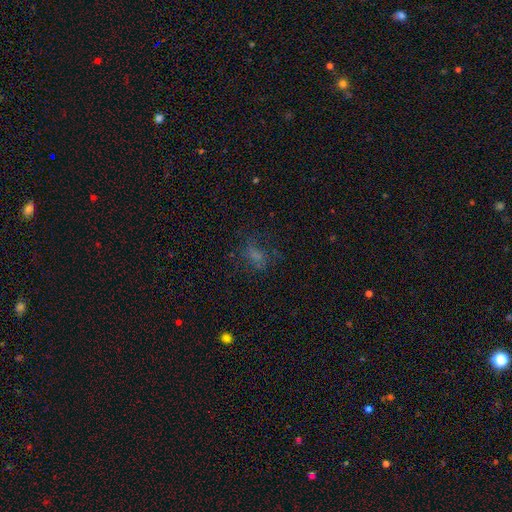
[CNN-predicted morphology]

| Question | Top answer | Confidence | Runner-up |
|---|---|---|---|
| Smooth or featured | smooth | 52% | star or artifact (26%) |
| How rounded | in between | 66% | round (30%) |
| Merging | none | 55% | major disturbance (23%) |